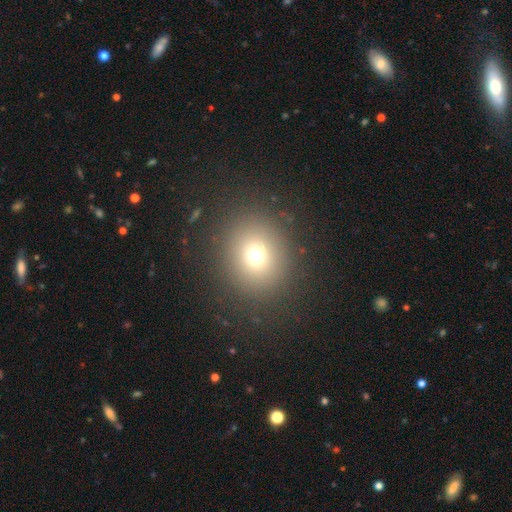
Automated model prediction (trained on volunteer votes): This appears to be a smooth galaxy with no disk features (71%) that is round (82%). Merging: none (87%).